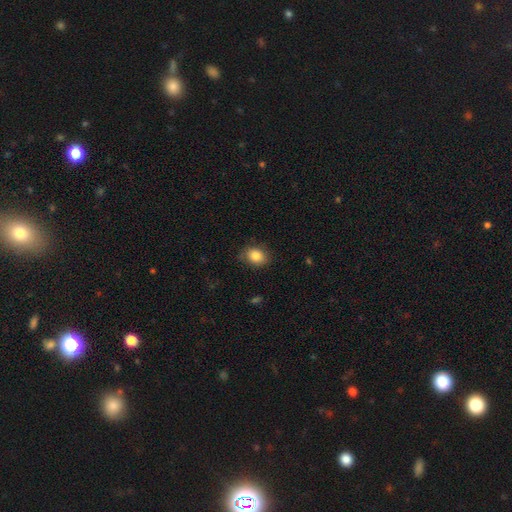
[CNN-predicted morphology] smooth_or_featured: smooth (p=0.83) [alt: star or artifact p=0.09]
how_rounded: in between (p=0.55) [alt: round p=0.44]
merging: none (p=0.78) [alt: minor disturbance p=0.17]